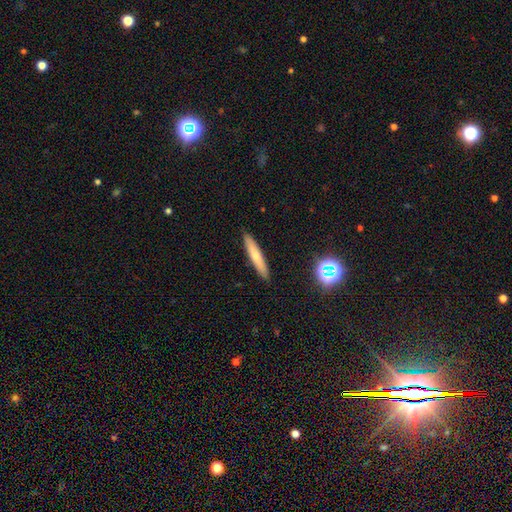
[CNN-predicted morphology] Smooth or featured?
  - smooth: 65% *
  - featured or disk: 27%
  - star or artifact: 8%
How rounded?
  - cigar-shaped: 91% *
  - in between: 8%
  - round: 1%
Merging?
  - none: 90% *
  - minor disturbance: 7%
  - major disturbance: 2%
  - merger: 1%